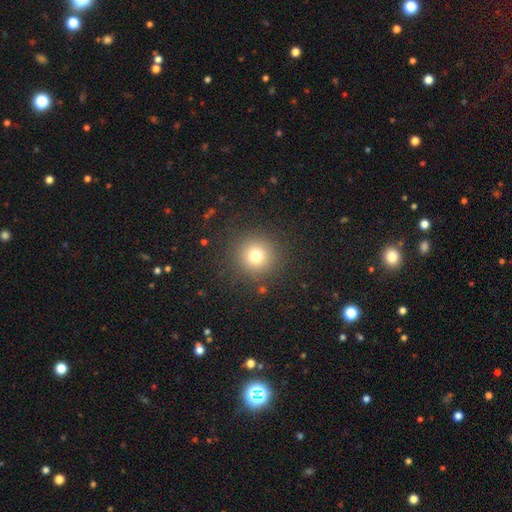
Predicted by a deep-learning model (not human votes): Q: Smooth or featured?
A: smooth (75%); runner-up: star or artifact (15%)
Q: How rounded?
A: round (95%); runner-up: in between (4%)
Q: Merging?
A: none (89%); runner-up: minor disturbance (6%)